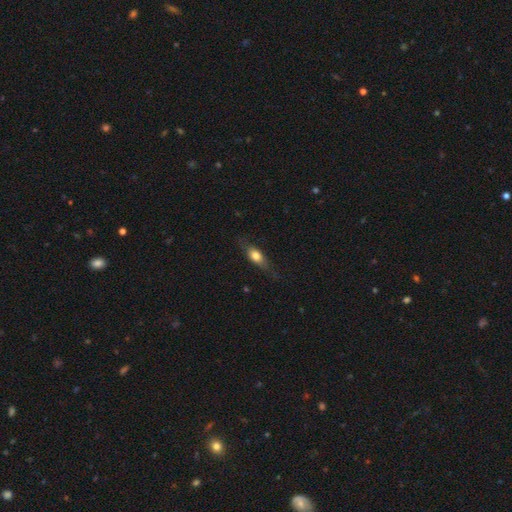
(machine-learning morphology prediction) Smooth or featured? smooth (65%)
How rounded? in between (69%)
Merging? none (71%)